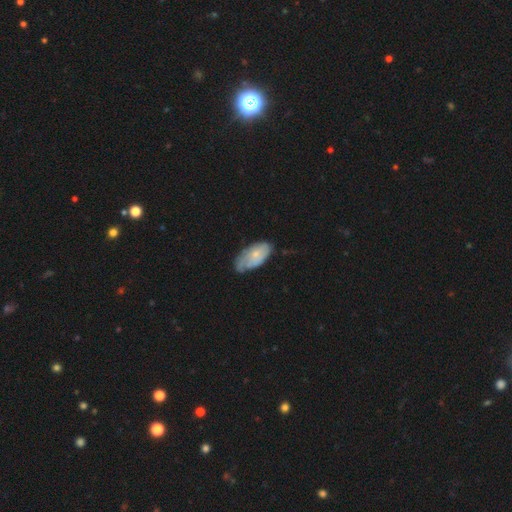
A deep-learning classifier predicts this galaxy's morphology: Smooth or featured?
  - smooth: 52% *
  - featured or disk: 41%
  - star or artifact: 6%
How rounded?
  - in between: 92% *
  - cigar-shaped: 5%
  - round: 3%
Merging?
  - none: 44% *
  - minor disturbance: 39%
  - major disturbance: 15%
  - merger: 3%